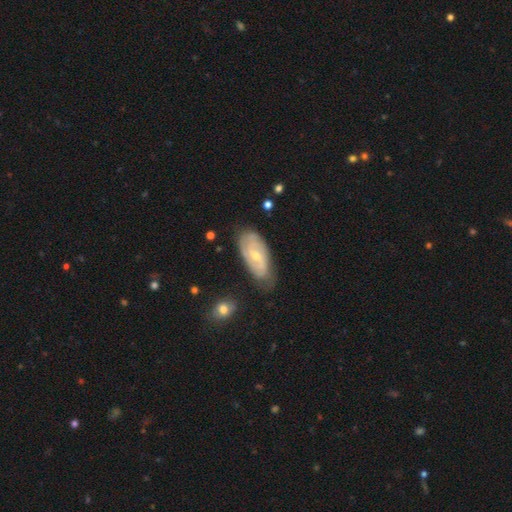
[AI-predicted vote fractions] Smooth or featured: featured or disk — 71% (smooth — 23%)
Edge-on disk: no — 93% (yes — 7%)
Bar: weak — 51% (no — 36%)
Spiral arms: yes — 86% (no — 14%)
Spiral winding: tight — 52% (medium — 35%)
Spiral arm count: 2 — 47% (can't tell — 36%)
Bulge size: small — 57% (moderate — 40%)
Merging: none — 69% (minor disturbance — 24%)